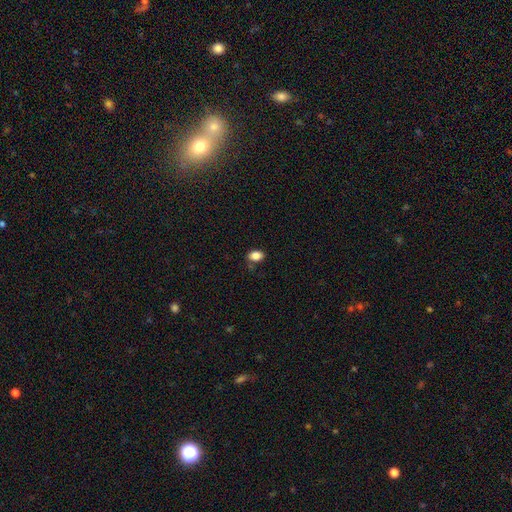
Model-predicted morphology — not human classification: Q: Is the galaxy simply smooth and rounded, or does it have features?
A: smooth — 86%.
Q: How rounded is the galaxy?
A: in between — 84%.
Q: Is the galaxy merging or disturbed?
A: none — 77%.